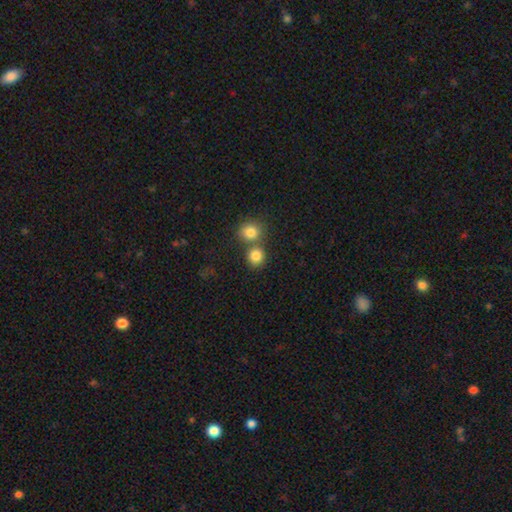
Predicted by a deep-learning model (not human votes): This is clearly a smooth galaxy (82%). How rounded: clearly round (85%). Merging: possibly none (56%).